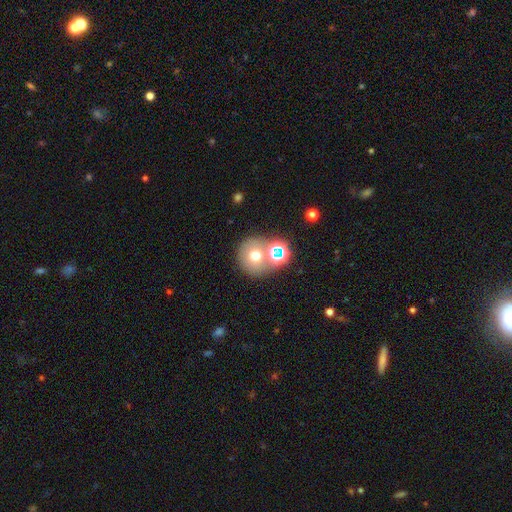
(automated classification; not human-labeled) Smooth or featured: smooth — 64% (star or artifact — 20%)
How rounded: round — 85% (in between — 14%)
Merging: none — 60% (merger — 27%)